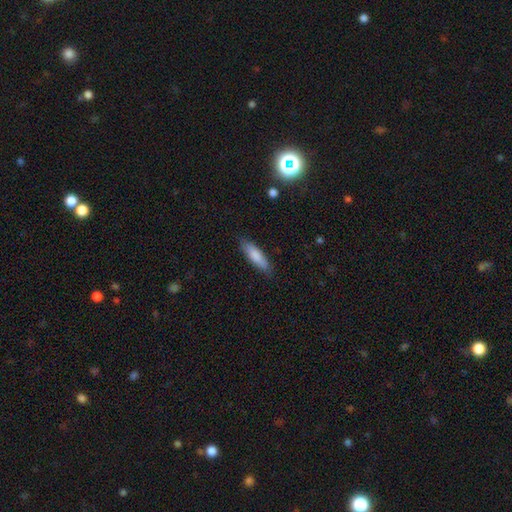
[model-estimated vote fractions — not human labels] Smooth or featured?
  - smooth: 82% *
  - featured or disk: 13%
  - star or artifact: 6%
How rounded?
  - cigar-shaped: 64% *
  - in between: 34%
  - round: 1%
Merging?
  - none: 84% *
  - minor disturbance: 12%
  - major disturbance: 2%
  - merger: 1%